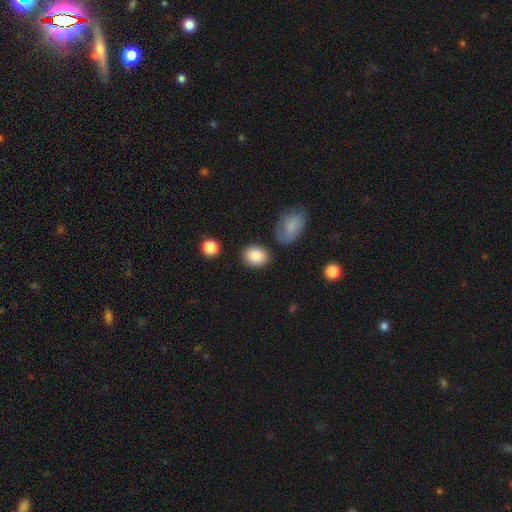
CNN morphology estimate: Overall: smooth (88%). How rounded: in between (66%; round 33%). Merging: none (79%).